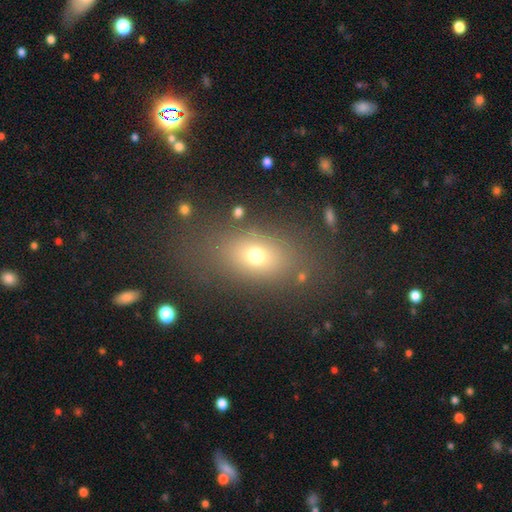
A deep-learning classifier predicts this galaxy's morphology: This appears to be a smooth galaxy with no disk features (67%) that is in between round and cigar-shaped (71%). Merging: none (74%).